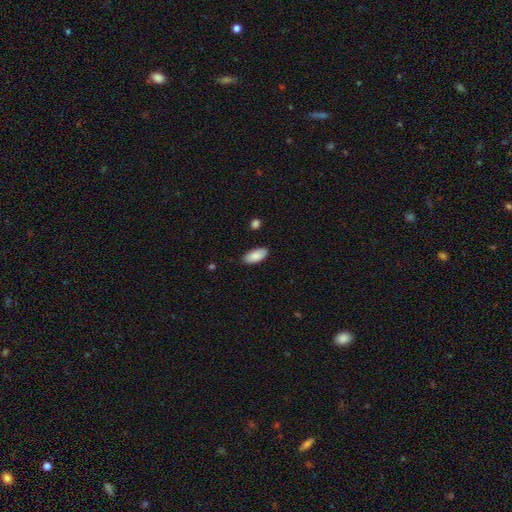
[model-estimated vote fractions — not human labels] smooth-or-featured: smooth: 88% | star or artifact: 6% | featured or disk: 6%
  how-rounded: in between: 91% | cigar-shaped: 7% | round: 2%
  merging: none: 86% | minor disturbance: 10% | major disturbance: 2% | merger: 1%